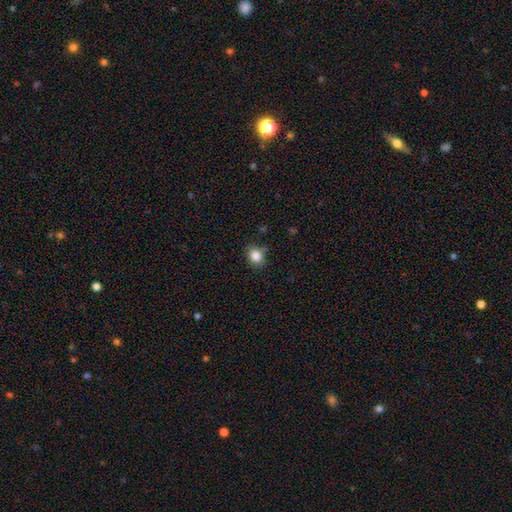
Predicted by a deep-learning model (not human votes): This appears to be a smooth galaxy with no disk features (84%) that is round (55%). Merging: none (79%).